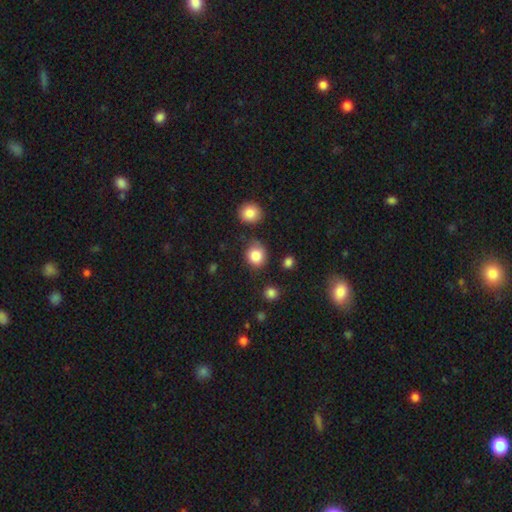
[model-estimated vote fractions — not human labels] A smooth galaxy with no disk features (85%) that is round (76%). Merging: none (70%).